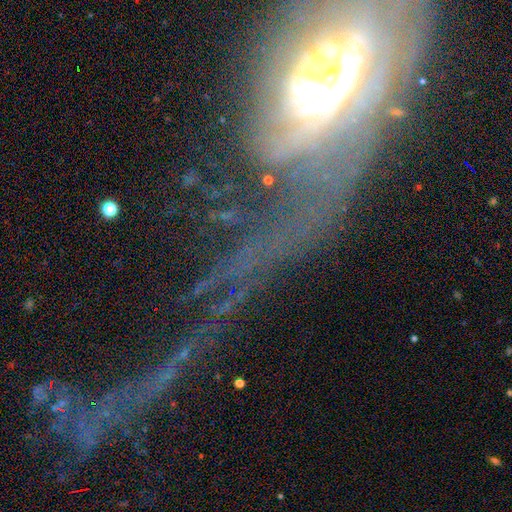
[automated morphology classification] smooth_or_featured: featured or disk (p=0.67) [alt: star or artifact p=0.19]
disk_edge_on: no (p=0.72) [alt: yes p=0.28]
merging: major disturbance (p=0.47) [alt: none p=0.33]